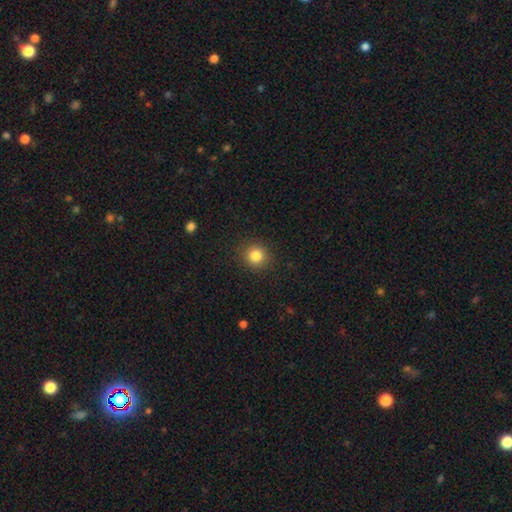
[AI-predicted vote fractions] smooth-or-featured: smooth: 83% | star or artifact: 11% | featured or disk: 6%
  how-rounded: round: 91% | in between: 8% | cigar-shaped: 1%
  merging: none: 90% | minor disturbance: 7% | major disturbance: 2% | merger: 1%